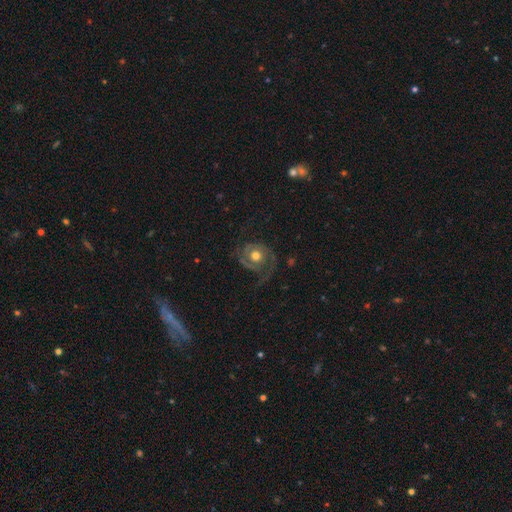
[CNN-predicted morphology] smooth_or_featured: featured or disk (p=0.82) [alt: smooth p=0.12]
disk_edge_on: no (p=0.98) [alt: yes p=0.02]
bar: no (p=0.77) [alt: weak p=0.18]
has_spiral_arms: yes (p=0.94) [alt: no p=0.06]
spiral_winding: medium (p=0.42) [alt: tight p=0.39]
spiral_arm_count: 2 (p=0.69) [alt: 1 p=0.13]
bulge_size: moderate (p=0.72) [alt: large p=0.16]
merging: none (p=0.60) [alt: major disturbance p=0.20]